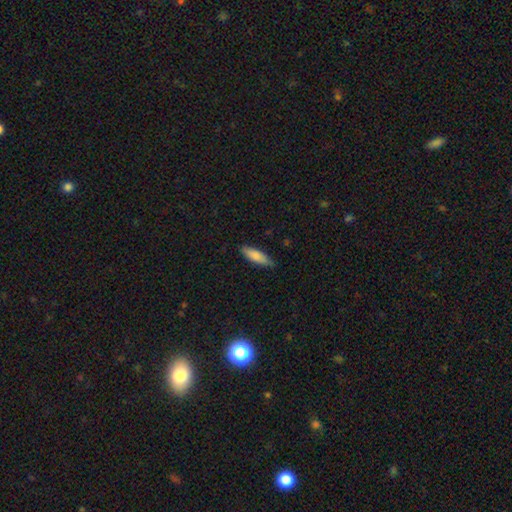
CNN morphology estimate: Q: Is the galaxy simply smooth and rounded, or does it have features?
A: smooth — 83%.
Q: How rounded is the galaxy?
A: cigar-shaped — 55%.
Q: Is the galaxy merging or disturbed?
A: none — 82%.